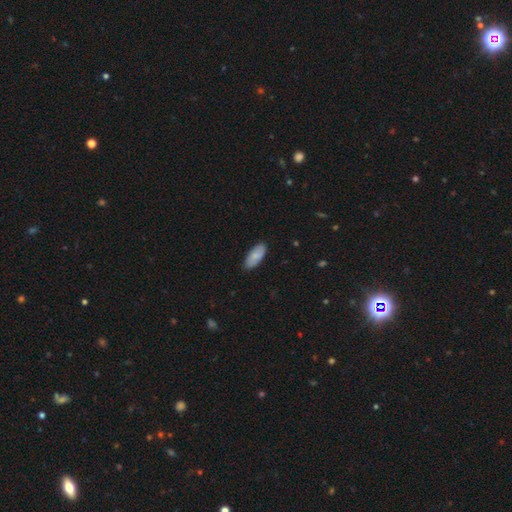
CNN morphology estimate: smooth 81%, featured or disk 13%, star or artifact 6%. Down the decision tree: how rounded — in between (84%); merging — none (85%).